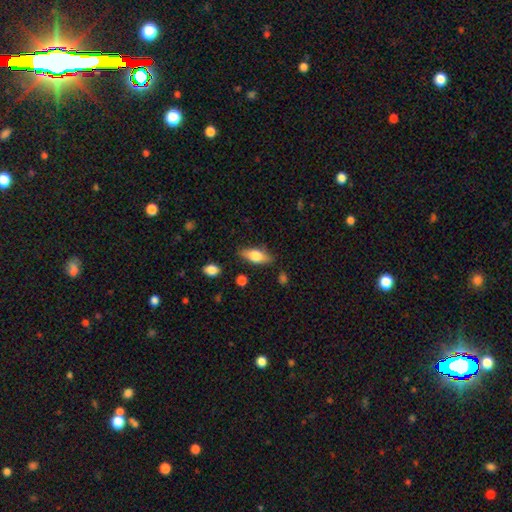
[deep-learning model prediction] Overall: smooth (65%; featured or disk 29%). How rounded: in between (77%). Merging: none (80%).